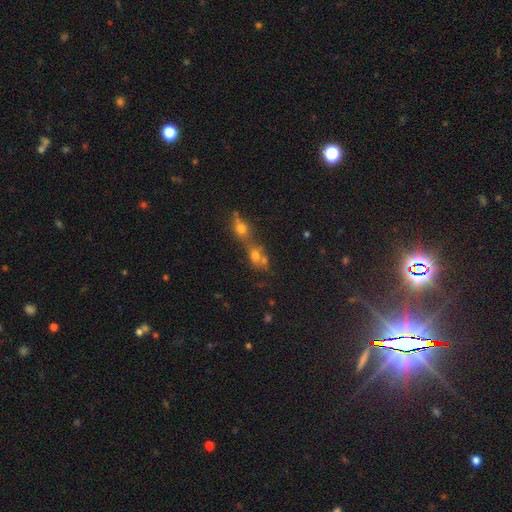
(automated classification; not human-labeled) Smooth or featured? Predicted: smooth (p=0.63). How rounded? Predicted: round (p=0.55). Merging? Predicted: merger (p=0.63).